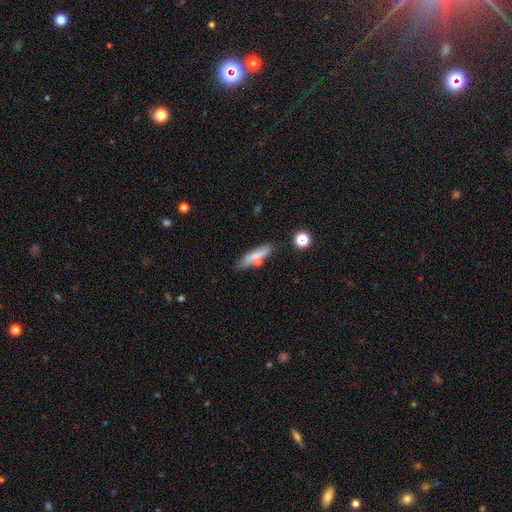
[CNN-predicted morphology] The model was most divided on "how rounded": cigar-shaped: 66%, in between: 31%, round: 3%. More confident: merging — none (69%); smooth or featured — smooth (68%).